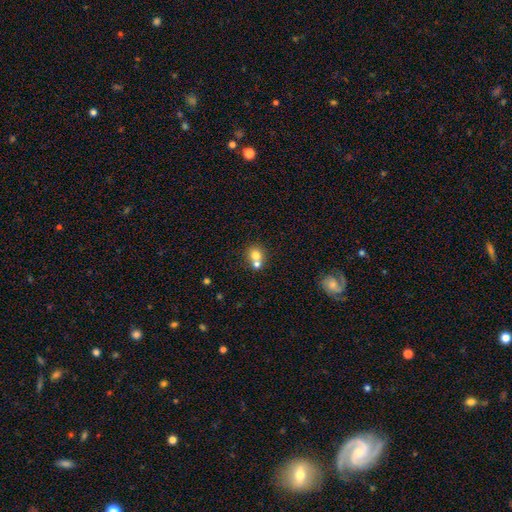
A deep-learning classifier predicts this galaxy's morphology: The model was most divided on "merging": merger: 54%, none: 36%, minor disturbance: 7%, major disturbance: 3%. More confident: how rounded — round (75%); smooth or featured — smooth (75%).